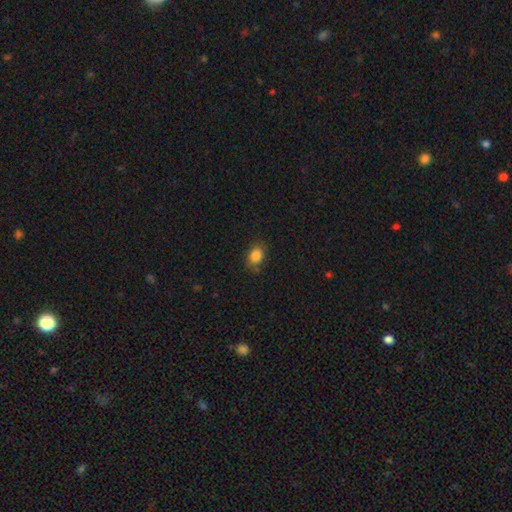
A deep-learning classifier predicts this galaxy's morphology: Q: Smooth or featured?
A: smooth (85%); runner-up: star or artifact (10%)
Q: How rounded?
A: in between (54%); runner-up: round (44%)
Q: Merging?
A: none (79%); runner-up: minor disturbance (16%)